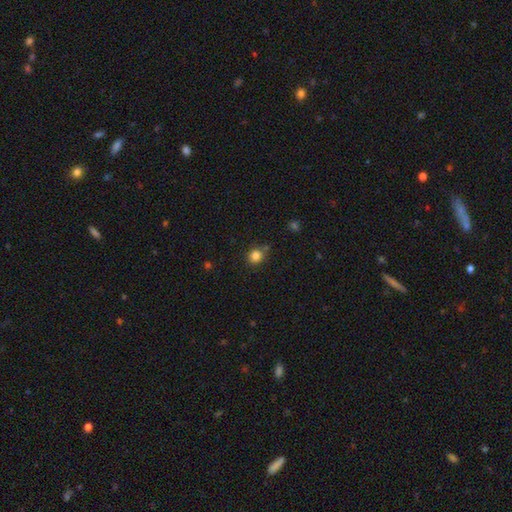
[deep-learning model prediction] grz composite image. It shows a smooth galaxy with no disk features (84%) that is round (75%). Merging: none (69%).